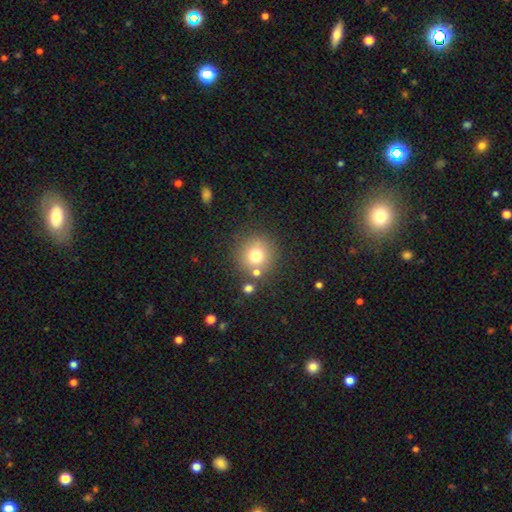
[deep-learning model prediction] The model was most divided on "smooth or featured": smooth: 73%, star or artifact: 14%, featured or disk: 12%. More confident: how rounded — round (92%); merging — none (77%).